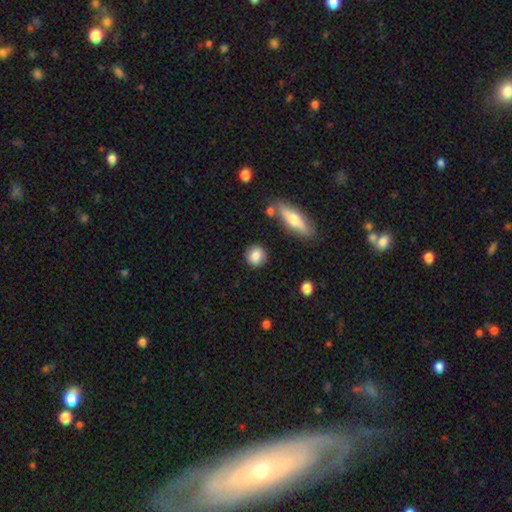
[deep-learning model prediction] Smooth or featured: smooth — 83% (featured or disk — 10%)
How rounded: round — 82% (in between — 15%)
Merging: none — 86% (minor disturbance — 9%)